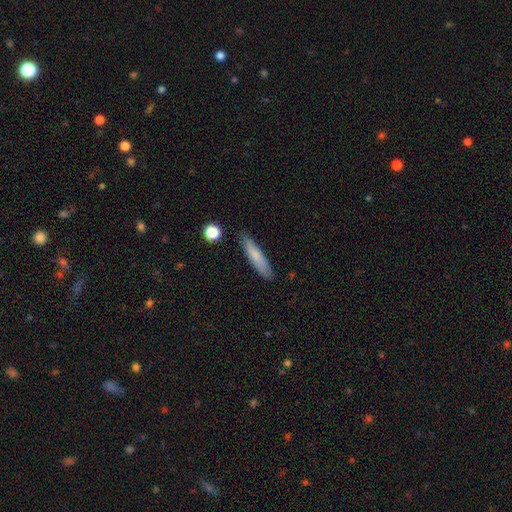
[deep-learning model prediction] A smooth galaxy with no disk features (75%) that is cigar-shaped (84%). Merging: none (85%).